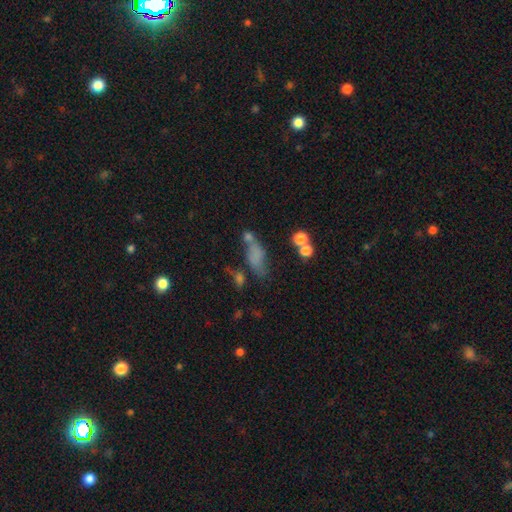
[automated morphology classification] Smooth or featured? smooth (66%)
How rounded? in between (71%)
Merging? none (39%)